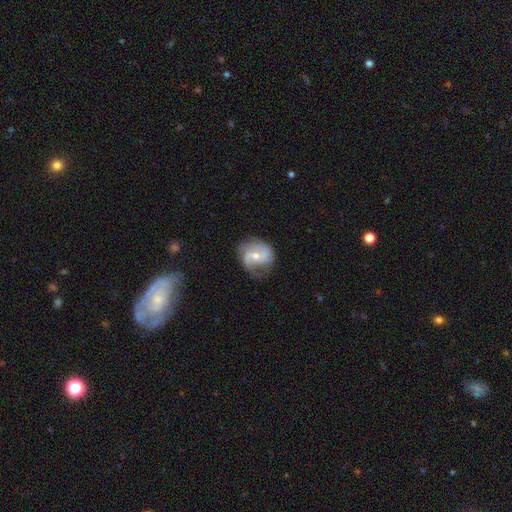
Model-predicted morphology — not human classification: type=featured or disk (76%); edge-on=no (97%); bar=no (44%); spiral arms=yes (92%); winding=medium (44%); arm count=2 (76%); bulge=moderate (49%); merging=none (64%).